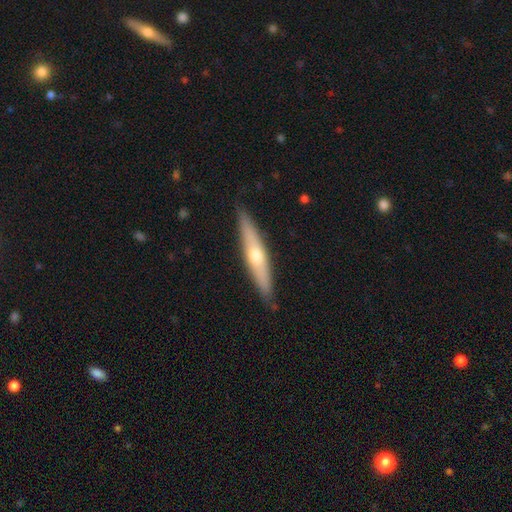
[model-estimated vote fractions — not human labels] Smooth or featured? Predicted: featured or disk (p=0.51). Edge-on disk? Predicted: yes (p=0.88). Merging? Predicted: none (p=0.88).